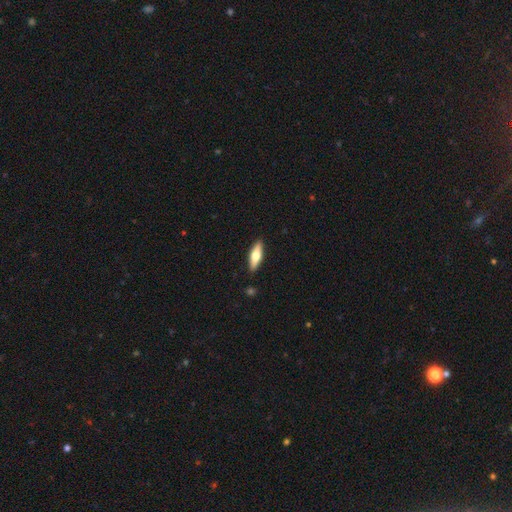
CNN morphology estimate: A smooth galaxy with no disk features (58%) that is cigar-shaped (52%).

Vote fractions:
- Smooth or featured? smooth: 58% / featured or disk: 37% / star or artifact: 6%
- How rounded? cigar-shaped: 52% / in between: 45% / round: 2%
- Merging? none: 90% / minor disturbance: 8% / major disturbance: 2% / merger: 1%